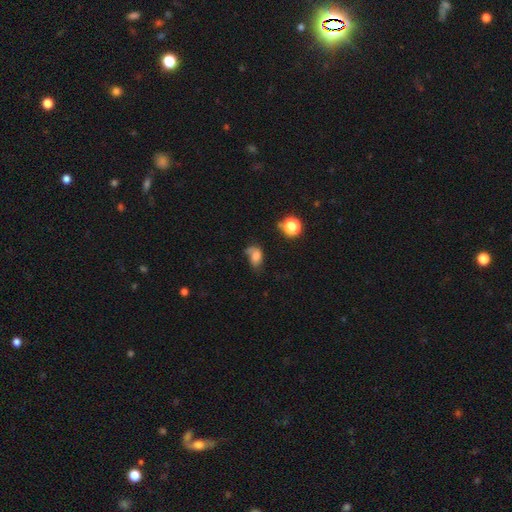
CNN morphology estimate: smooth_or_featured: smooth (p=0.70) [alt: featured or disk p=0.17]
how_rounded: in between (p=0.78) [alt: round p=0.20]
merging: none (p=0.33) [alt: minor disturbance p=0.29]